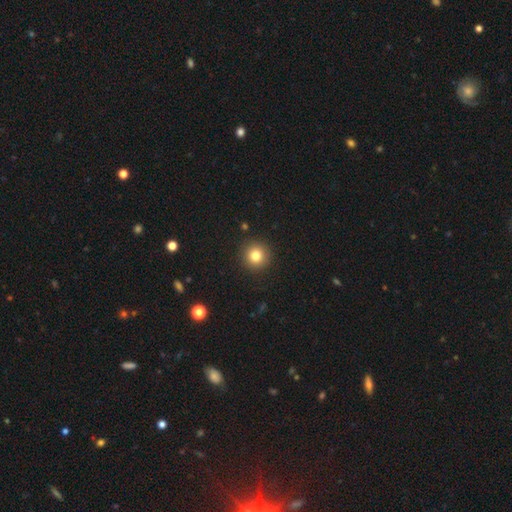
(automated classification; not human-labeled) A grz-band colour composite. It shows a smooth galaxy with no disk features (81%) that is round (95%). Merging: none (92%).